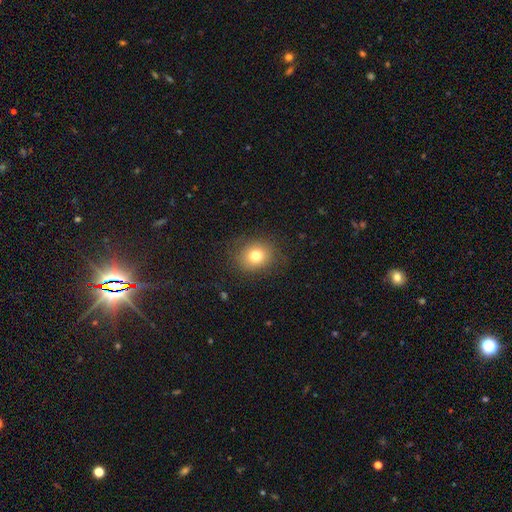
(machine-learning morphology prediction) Smooth or featured? Predicted: smooth (p=0.78). How rounded? Predicted: round (p=0.66). Merging? Predicted: none (p=0.83).